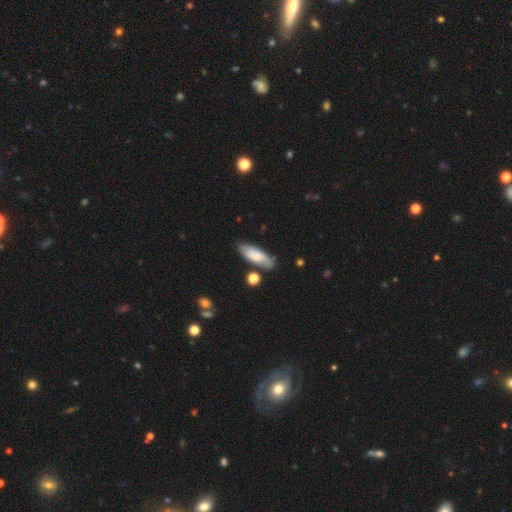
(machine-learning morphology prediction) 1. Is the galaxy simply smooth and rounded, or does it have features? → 59% smooth, 34% featured or disk, 7% star or artifact.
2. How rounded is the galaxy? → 66% in between, 31% cigar-shaped, 2% round.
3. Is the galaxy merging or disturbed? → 74% none, 16% minor disturbance, 6% merger, 4% major disturbance.